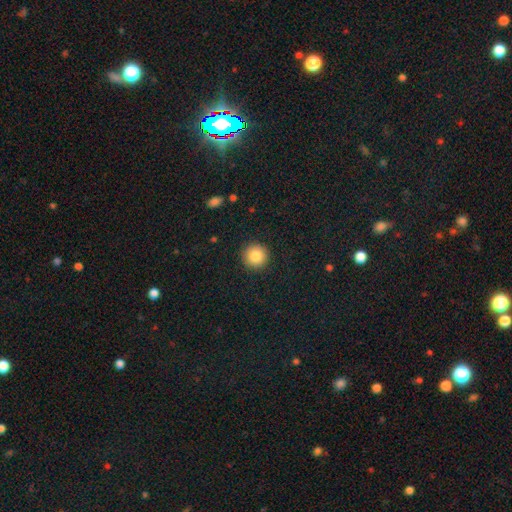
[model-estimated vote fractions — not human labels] This is clearly a smooth galaxy (85%). How rounded: clearly round (95%). Merging: clearly none (92%).